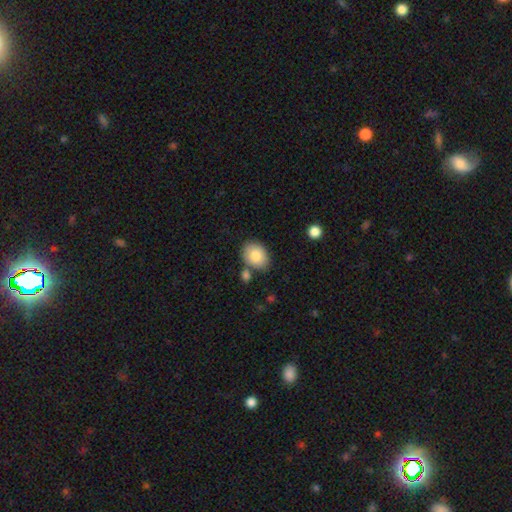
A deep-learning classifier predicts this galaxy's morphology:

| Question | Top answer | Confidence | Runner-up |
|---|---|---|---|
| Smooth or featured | smooth | 82% | featured or disk (11%) |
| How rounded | in between | 74% | round (25%) |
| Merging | none | 70% | minor disturbance (14%) |